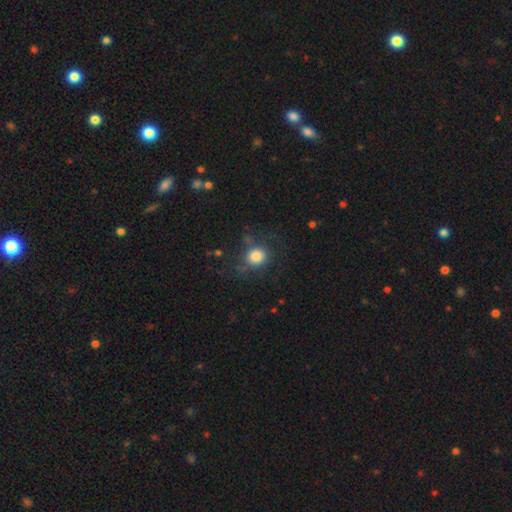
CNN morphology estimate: The model was most divided on "merging": none: 67%, minor disturbance: 19%, major disturbance: 12%, merger: 3%. More confident: smooth or featured — smooth (81%); how rounded — round (78%).